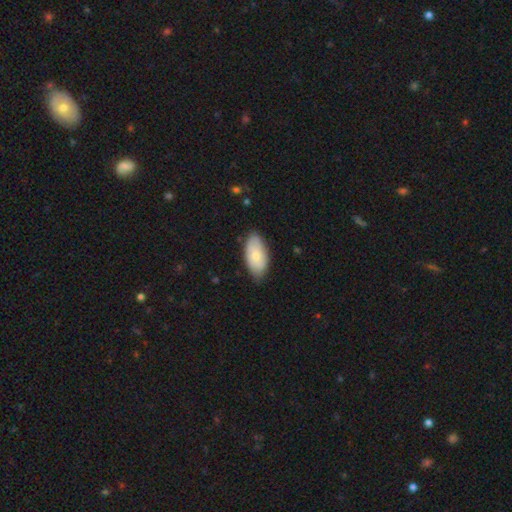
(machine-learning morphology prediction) A smooth galaxy with no disk features (72%) that is in between round and cigar-shaped (94%).

Vote fractions:
- Smooth or featured? smooth: 72% / featured or disk: 23% / star or artifact: 6%
- How rounded? in between: 94% / cigar-shaped: 3% / round: 2%
- Merging? none: 76% / minor disturbance: 20% / major disturbance: 3% / merger: 1%